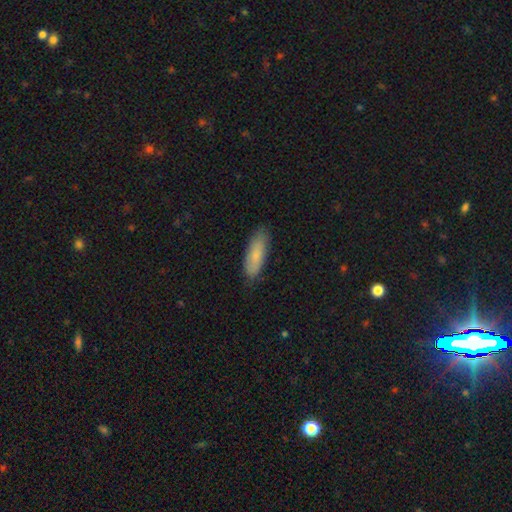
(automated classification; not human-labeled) Smooth or featured?
  - smooth: 81% *
  - featured or disk: 14%
  - star or artifact: 6%
How rounded?
  - in between: 60% *
  - cigar-shaped: 38%
  - round: 2%
Merging?
  - none: 81% *
  - minor disturbance: 15%
  - major disturbance: 3%
  - merger: 1%